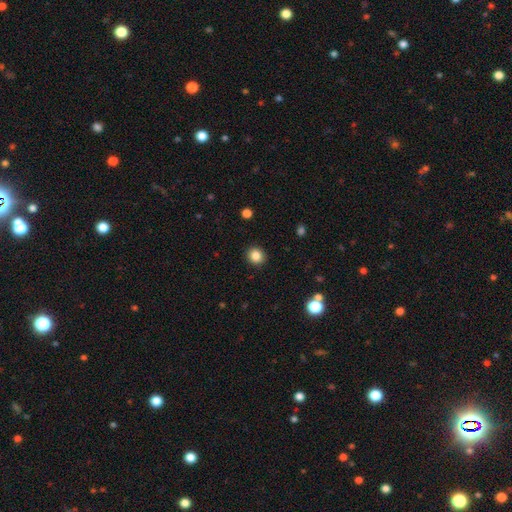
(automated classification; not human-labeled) A smooth galaxy with no disk features (85%) that is round (88%).

Vote fractions:
- Smooth or featured? smooth: 85% / star or artifact: 11% / featured or disk: 4%
- How rounded? round: 88% / in between: 11% / cigar-shaped: 1%
- Merging? none: 91% / minor disturbance: 6% / major disturbance: 2% / merger: 1%